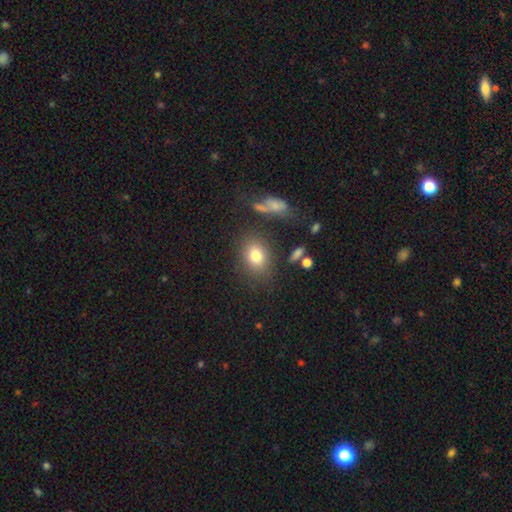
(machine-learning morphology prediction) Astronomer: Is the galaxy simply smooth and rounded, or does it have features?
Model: smooth — 78%.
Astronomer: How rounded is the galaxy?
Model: in between — 64%.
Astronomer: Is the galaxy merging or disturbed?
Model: none — 77%.